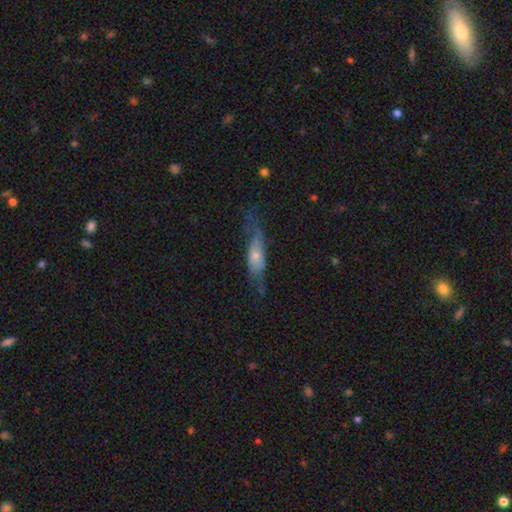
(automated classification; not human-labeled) Morphology: type=smooth (47%); merging=none (42%).